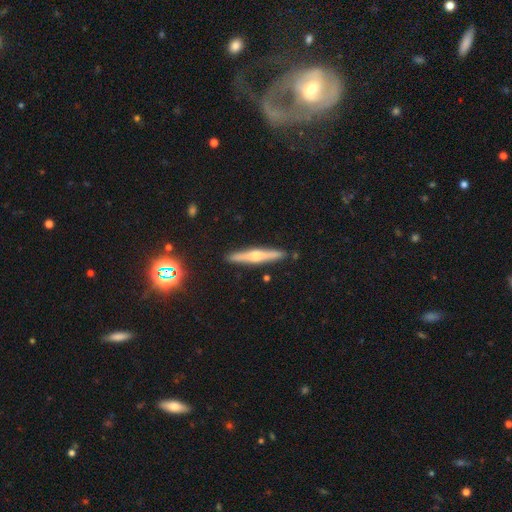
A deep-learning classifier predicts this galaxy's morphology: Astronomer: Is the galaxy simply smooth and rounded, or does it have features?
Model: featured or disk — 67%.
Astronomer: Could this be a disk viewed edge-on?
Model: yes — 97%.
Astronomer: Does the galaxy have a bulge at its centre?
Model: rounded — 87%.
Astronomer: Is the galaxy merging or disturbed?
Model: none — 90%.